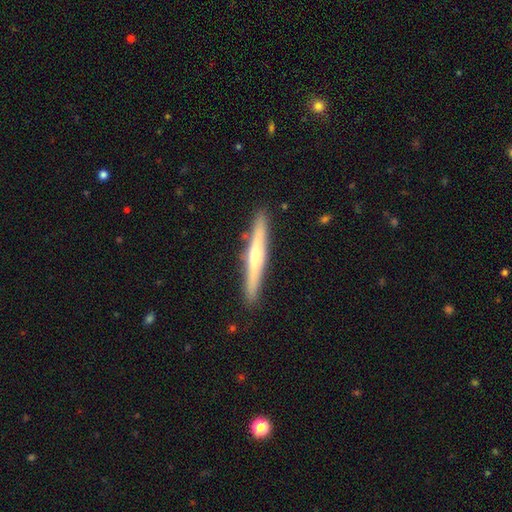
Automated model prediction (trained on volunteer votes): Smooth or featured: featured or disk — 58% (smooth — 36%)
Edge-on disk: yes — 97% (no — 3%)
Edge-on bulge: rounded — 66% (none — 27%)
Merging: none — 91% (minor disturbance — 7%)